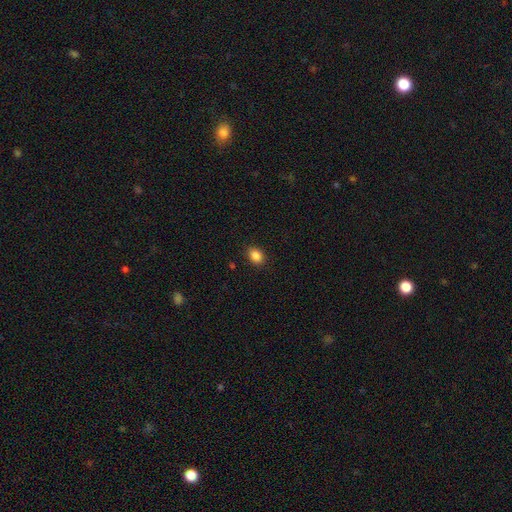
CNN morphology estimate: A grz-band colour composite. It shows a smooth galaxy with no disk features (86%) that is in between round and cigar-shaped (65%). Merging: none (87%).